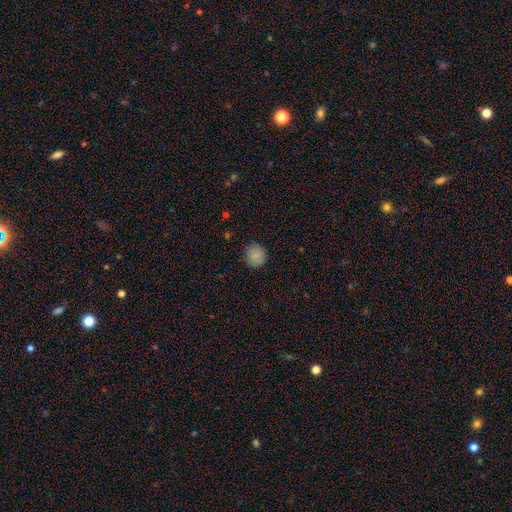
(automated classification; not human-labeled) A smooth galaxy with no disk features (86%) that is round (87%).

Vote fractions:
- Smooth or featured? smooth: 86% / star or artifact: 9% / featured or disk: 5%
- How rounded? round: 87% / in between: 12% / cigar-shaped: 1%
- Merging? none: 86% / minor disturbance: 10% / major disturbance: 2% / merger: 1%